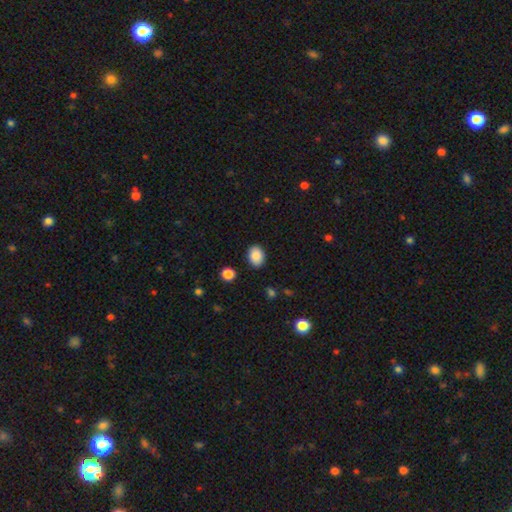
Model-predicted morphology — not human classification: Overall: smooth (87%). How rounded: in between (69%; round 30%). Merging: none (87%).